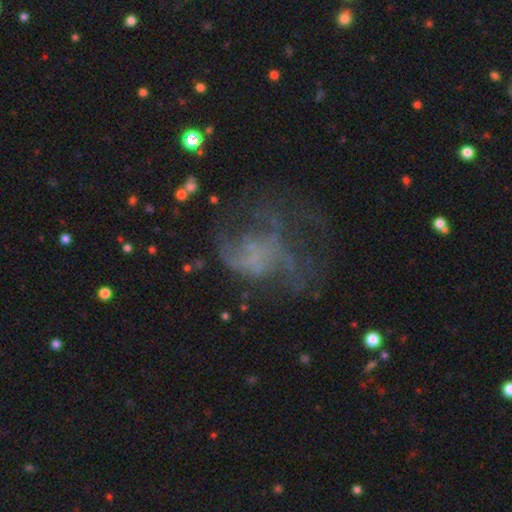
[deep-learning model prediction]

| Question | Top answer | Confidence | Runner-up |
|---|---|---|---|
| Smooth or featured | featured or disk | 58% | smooth (21%) |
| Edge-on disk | no | 98% | yes (2%) |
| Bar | no | 85% | weak (13%) |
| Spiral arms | no | 64% | yes (36%) |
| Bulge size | none | 72% | small (17%) |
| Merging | major disturbance | 45% | none (36%) |